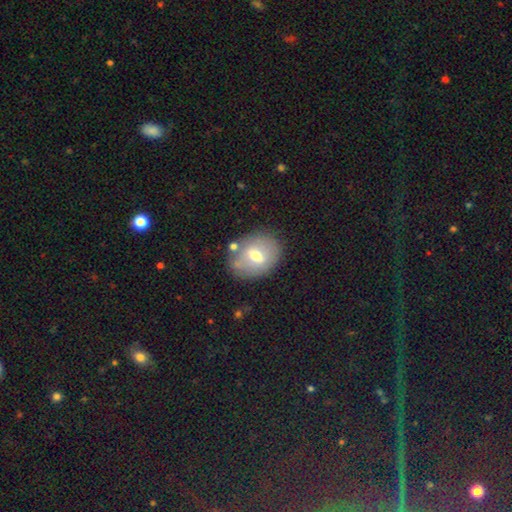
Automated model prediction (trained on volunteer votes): Overall: smooth (56%; featured or disk 35%). How rounded: in between (54%; round 45%). Merging: none (73%).